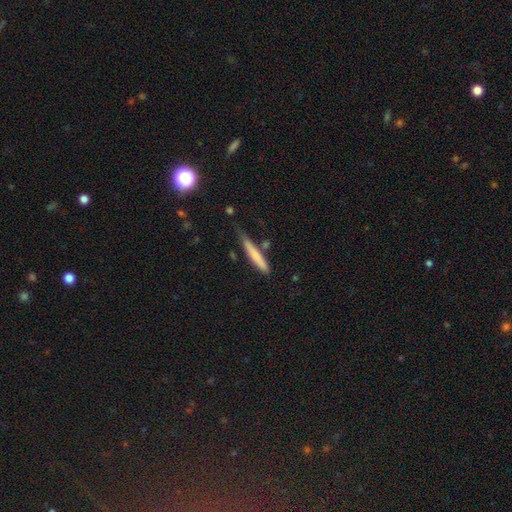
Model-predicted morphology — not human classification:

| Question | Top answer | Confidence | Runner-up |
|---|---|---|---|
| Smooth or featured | smooth | 73% | featured or disk (20%) |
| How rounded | cigar-shaped | 93% | in between (5%) |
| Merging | none | 63% | minor disturbance (26%) |